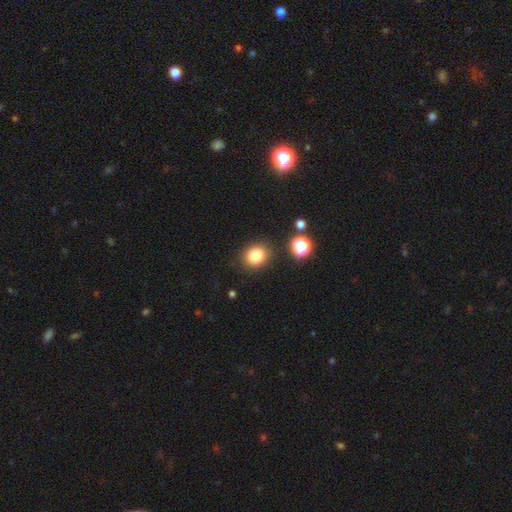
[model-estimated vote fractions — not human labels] Smooth or featured?
  - smooth: 82% *
  - star or artifact: 12%
  - featured or disk: 6%
How rounded?
  - round: 72% *
  - in between: 27%
  - cigar-shaped: 1%
Merging?
  - none: 85% *
  - minor disturbance: 9%
  - merger: 3%
  - major disturbance: 3%